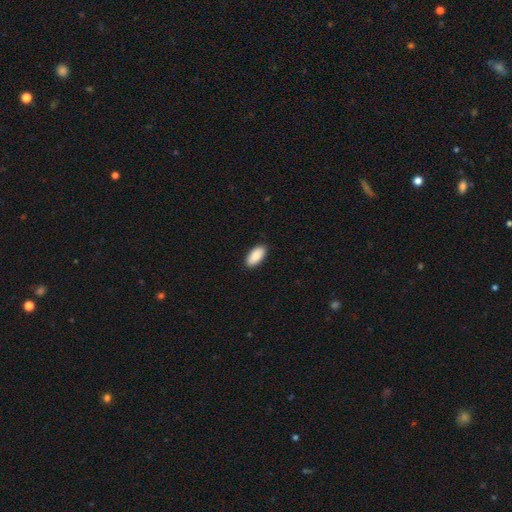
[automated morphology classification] smooth-or-featured: smooth: 90% | star or artifact: 6% | featured or disk: 4%
  how-rounded: in between: 93% | cigar-shaped: 5% | round: 2%
  merging: none: 90% | minor disturbance: 8% | major disturbance: 2% | merger: 1%